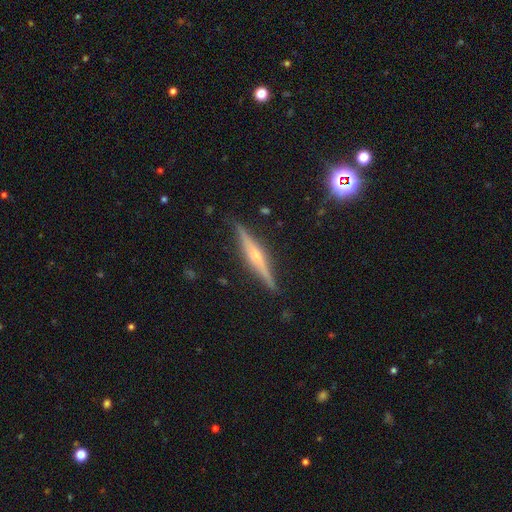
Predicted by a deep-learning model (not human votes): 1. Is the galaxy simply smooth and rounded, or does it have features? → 80% featured or disk, 14% smooth, 7% star or artifact.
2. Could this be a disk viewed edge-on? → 98% yes, 2% no.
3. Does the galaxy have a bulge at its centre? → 84% rounded, 8% none, 8% boxy.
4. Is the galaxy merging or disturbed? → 90% none, 7% minor disturbance, 2% major disturbance, 1% merger.